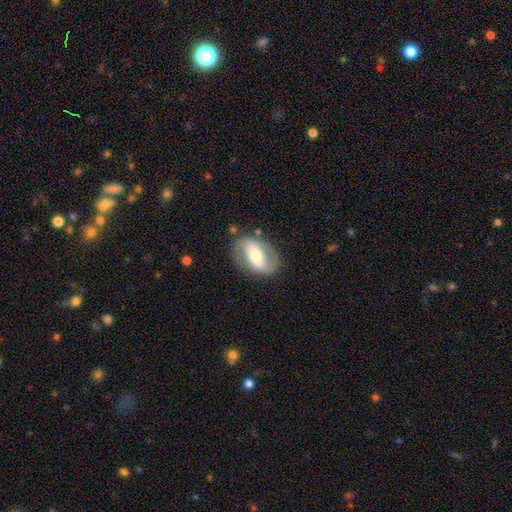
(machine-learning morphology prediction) type=featured or disk (78%); edge-on=no (96%); bar=strong (43%); spiral arms=yes (86%); winding=medium (47%); arm count=2 (89%); bulge=moderate (57%); merging=none (80%).